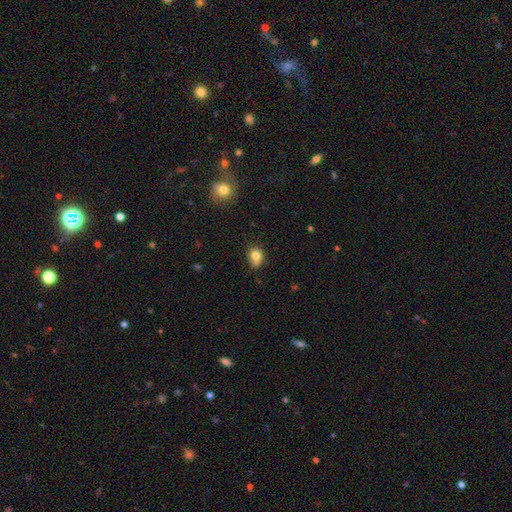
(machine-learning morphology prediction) This is likely a smooth galaxy (79%). How rounded: likely round (63%). Merging: possibly none (52%).